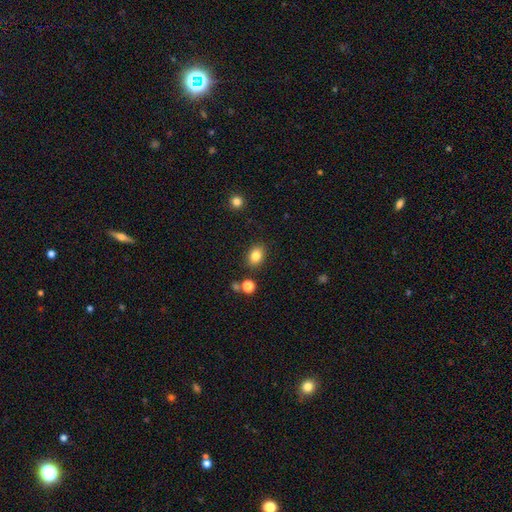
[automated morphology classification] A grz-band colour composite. It shows a smooth galaxy with no disk features (83%) that is in between round and cigar-shaped (70%). Merging: none (83%).